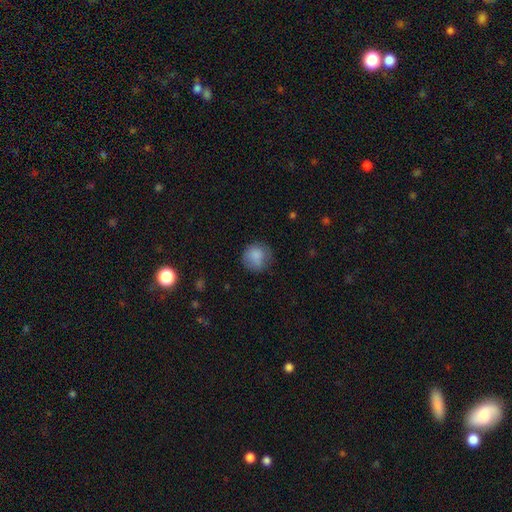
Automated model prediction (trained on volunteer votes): Q: Smooth or featured?
A: smooth (83%); runner-up: featured or disk (9%)
Q: How rounded?
A: round (89%); runner-up: in between (10%)
Q: Merging?
A: none (71%); runner-up: minor disturbance (21%)